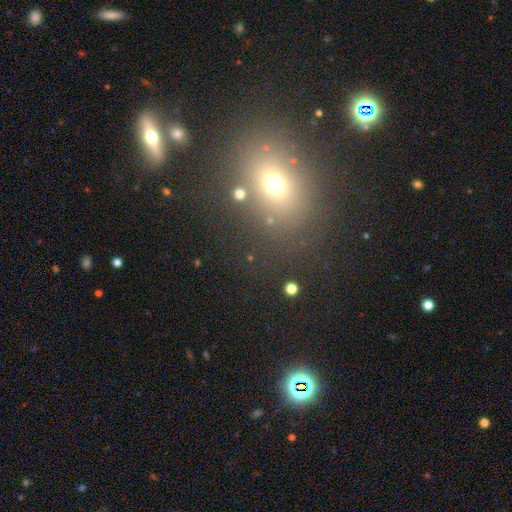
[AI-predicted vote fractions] smooth-or-featured: smooth: 52% | star or artifact: 34% | featured or disk: 15%
  how-rounded: in between: 54% | round: 43% | cigar-shaped: 3%
  merging: none: 79% | minor disturbance: 11% | merger: 6% | major disturbance: 5%